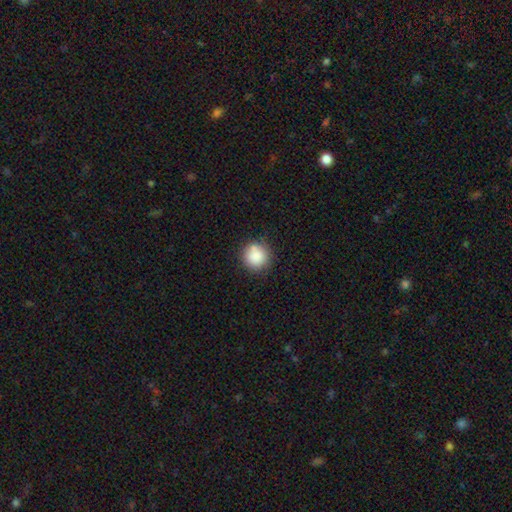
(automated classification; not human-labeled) Morphology: type=smooth (85%); roundness=round (92%); merging=none (79%).